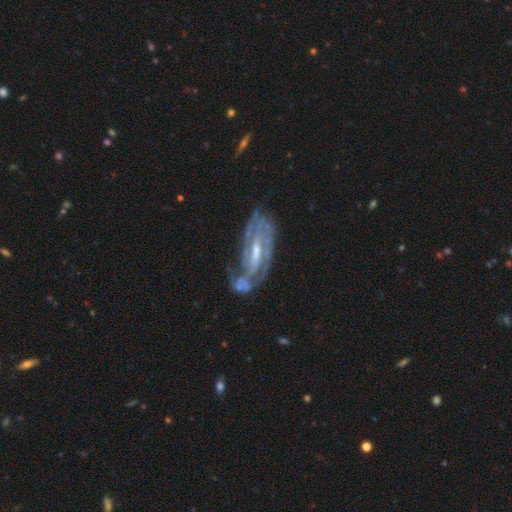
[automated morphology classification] This appears to be a featured or disk galaxy (83%) with a weak bar (44%), 2 (51%) tight (50%) spiral arms (90%) and a small central bulge (52%). Merging: none (45%).